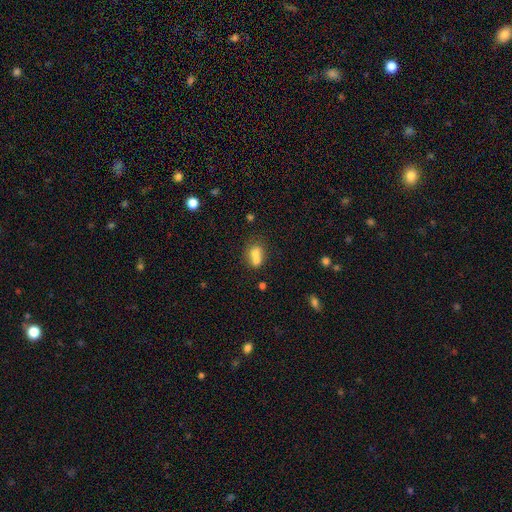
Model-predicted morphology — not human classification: This appears to be a smooth galaxy with no disk features (67%) that is in between round and cigar-shaped (51%). Merging: merger (61%).